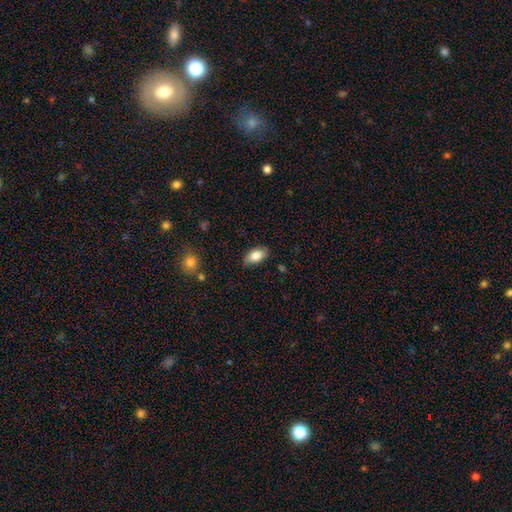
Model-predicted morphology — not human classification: Smooth or featured? Predicted: smooth (p=0.81). How rounded? Predicted: in between (p=0.93). Merging? Predicted: none (p=0.83).